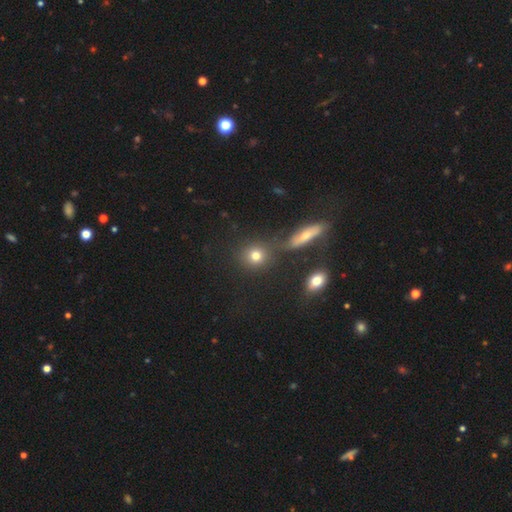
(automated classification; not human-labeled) smooth 77%, star or artifact 13%, featured or disk 10%. Down the decision tree: how rounded — round (86%); merging — none (74%).